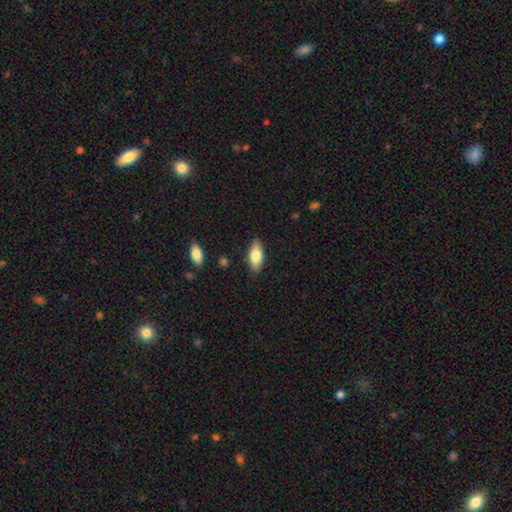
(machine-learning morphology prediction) This is likely a smooth galaxy (76%). How rounded: clearly in between (83%). Merging: clearly none (86%).